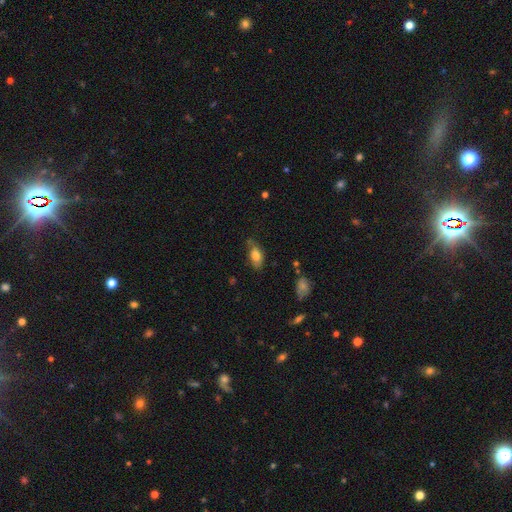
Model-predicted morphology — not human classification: A smooth galaxy with no disk features (76%) that is in between round and cigar-shaped (87%).

Vote fractions:
- Smooth or featured? smooth: 76% / featured or disk: 16% / star or artifact: 8%
- How rounded? in between: 87% / cigar-shaped: 8% / round: 6%
- Merging? none: 58% / minor disturbance: 31% / major disturbance: 8% / merger: 3%